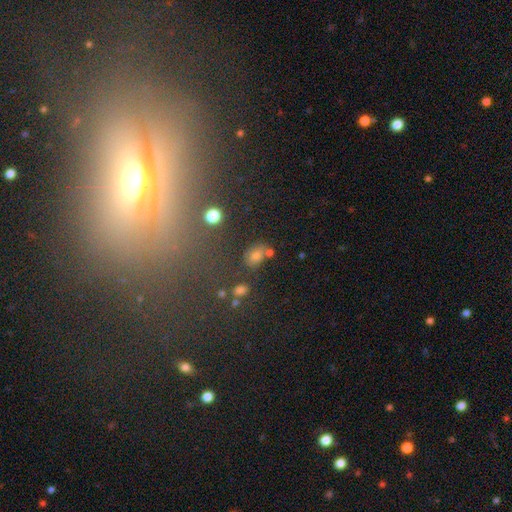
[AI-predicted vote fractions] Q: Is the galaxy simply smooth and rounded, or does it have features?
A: smooth — 65%.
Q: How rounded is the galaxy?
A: in between — 63%.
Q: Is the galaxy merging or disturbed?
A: none — 67%.